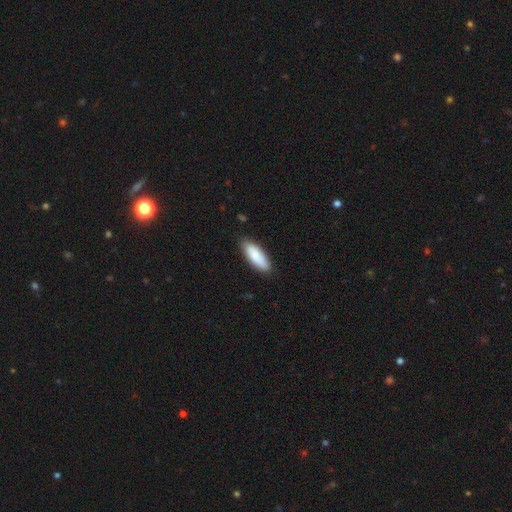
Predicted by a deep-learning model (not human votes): This appears to be a smooth galaxy with no disk features (84%) that is in between round and cigar-shaped (67%). Merging: none (83%).